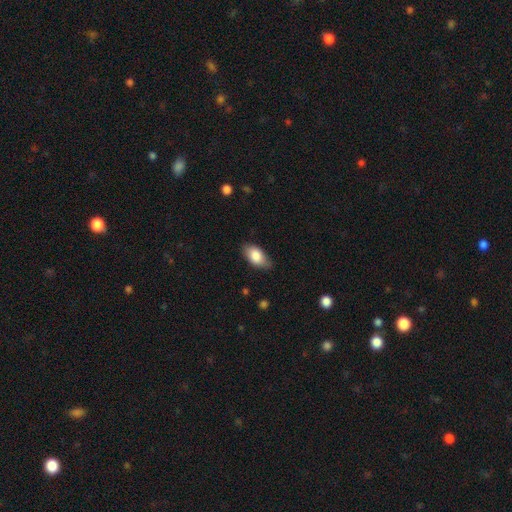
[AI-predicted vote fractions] The model was most divided on "merging": none: 77%, minor disturbance: 19%, major disturbance: 3%, merger: 1%. More confident: how rounded — in between (92%); smooth or featured — smooth (83%).